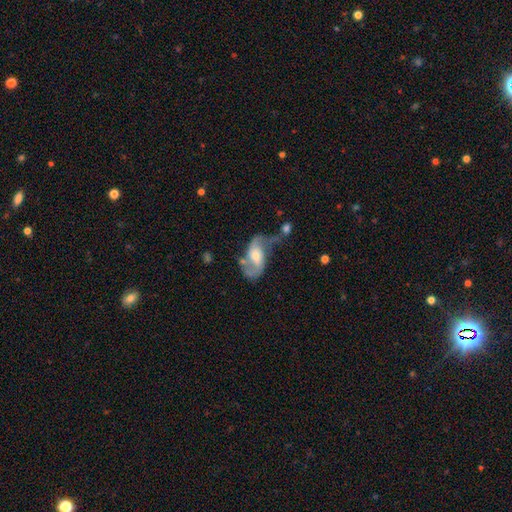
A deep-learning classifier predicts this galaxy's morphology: Smooth or featured? Predicted: featured or disk (p=0.78). Edge-on disk? Predicted: no (p=0.96). Bar? Predicted: no (p=0.48). Spiral arms? Predicted: yes (p=0.90). Spiral winding? Predicted: loose (p=0.60). Spiral arm count? Predicted: 2 (p=0.87). Bulge size? Predicted: moderate (p=0.50). Merging? Predicted: none (p=0.35).